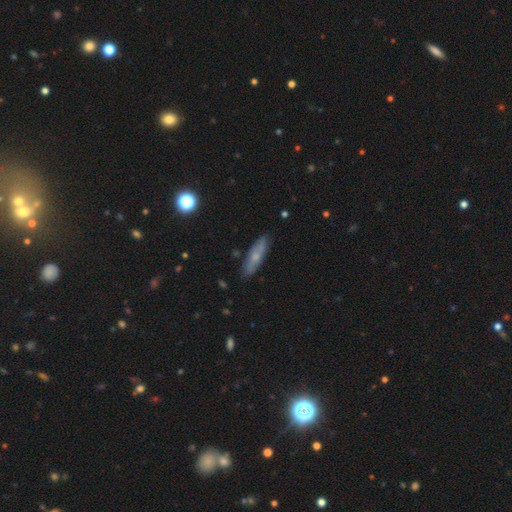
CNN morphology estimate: Q: Smooth or featured?
A: smooth (52%); runner-up: featured or disk (40%)
Q: How rounded?
A: cigar-shaped (69%); runner-up: in between (28%)
Q: Merging?
A: none (83%); runner-up: minor disturbance (13%)